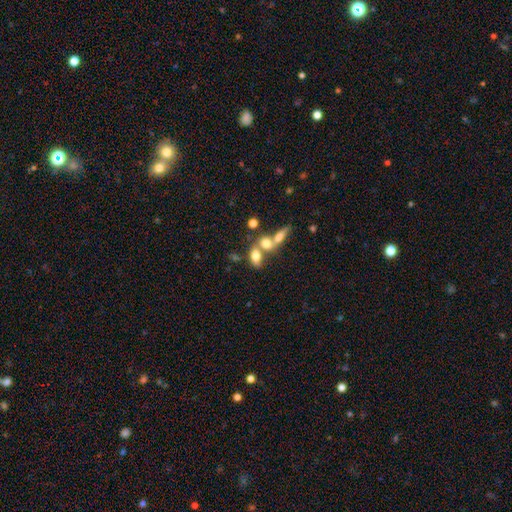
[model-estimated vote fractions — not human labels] Morphology: type=smooth (72%); roundness=in between (80%); merging=merger (53%).